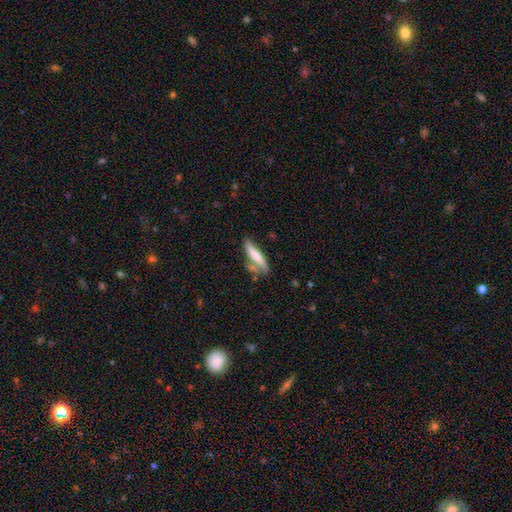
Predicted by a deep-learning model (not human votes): Smooth or featured: smooth — 68% (featured or disk — 26%)
How rounded: cigar-shaped — 78% (in between — 20%)
Merging: none — 57% (minor disturbance — 21%)